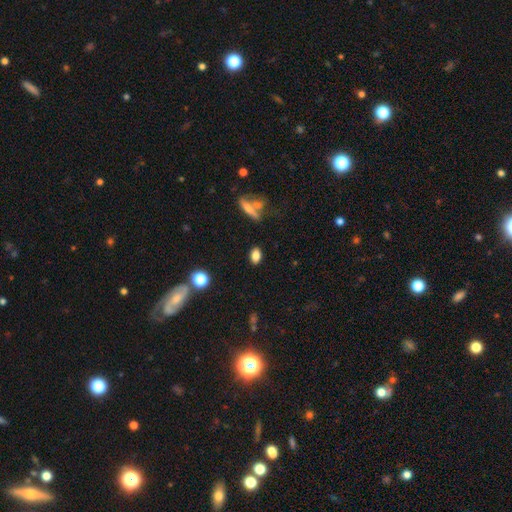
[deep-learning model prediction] smooth_or_featured: smooth (p=0.81) [alt: star or artifact p=0.11]
how_rounded: in between (p=0.80) [alt: round p=0.16]
merging: none (p=0.84) [alt: minor disturbance p=0.10]